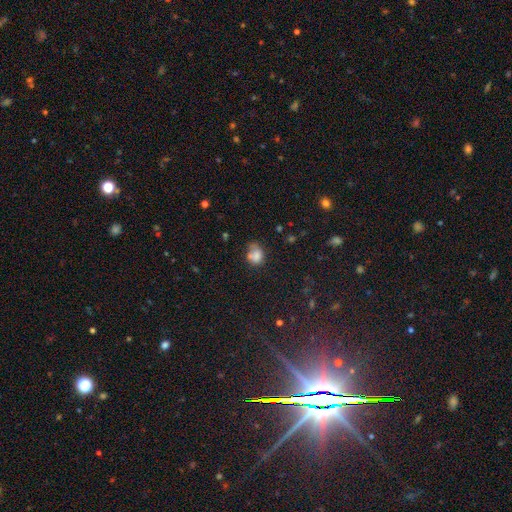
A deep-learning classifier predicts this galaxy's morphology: Overall: smooth (76%). How rounded: in between (51%; round 48%). Merging: none (36%; minor disturbance 29%).